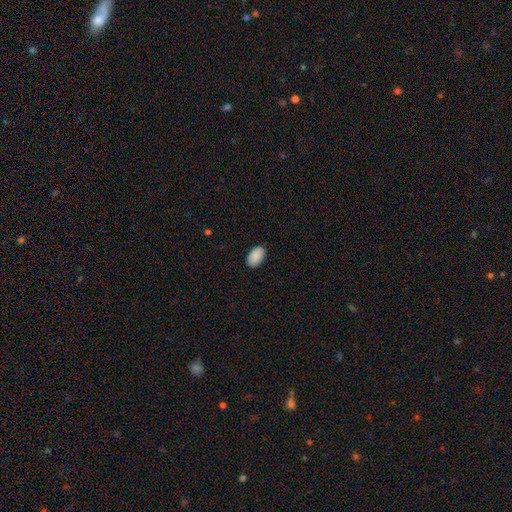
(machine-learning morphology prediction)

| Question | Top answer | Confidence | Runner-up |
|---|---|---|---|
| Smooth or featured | smooth | 90% | star or artifact (7%) |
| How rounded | in between | 94% | round (5%) |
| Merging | none | 88% | minor disturbance (9%) |